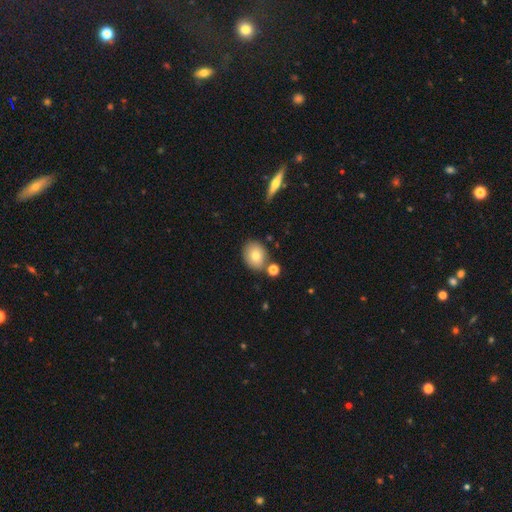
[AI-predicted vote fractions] smooth_or_featured: smooth (p=0.75) [alt: featured or disk p=0.15]
how_rounded: round (p=0.55) [alt: in between p=0.44]
merging: none (p=0.75) [alt: minor disturbance p=0.11]